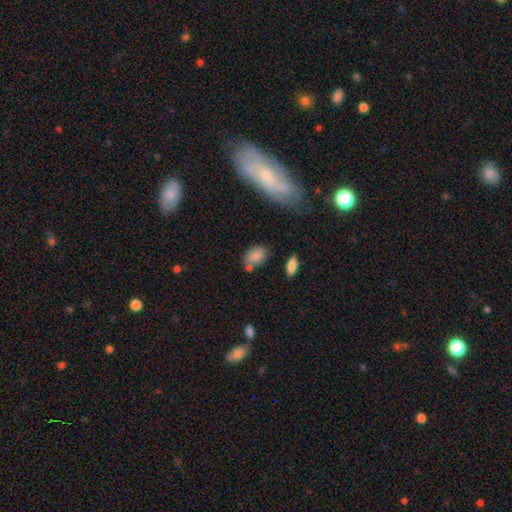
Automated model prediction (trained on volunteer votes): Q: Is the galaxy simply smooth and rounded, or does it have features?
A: smooth — 83%.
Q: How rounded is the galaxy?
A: in between — 83%.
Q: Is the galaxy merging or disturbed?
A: none — 61%.